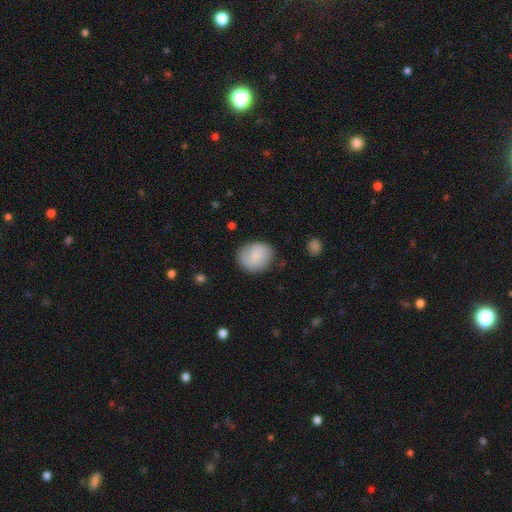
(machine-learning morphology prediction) Overall: smooth (81%). How rounded: round (64%; in between 35%). Merging: none (80%).